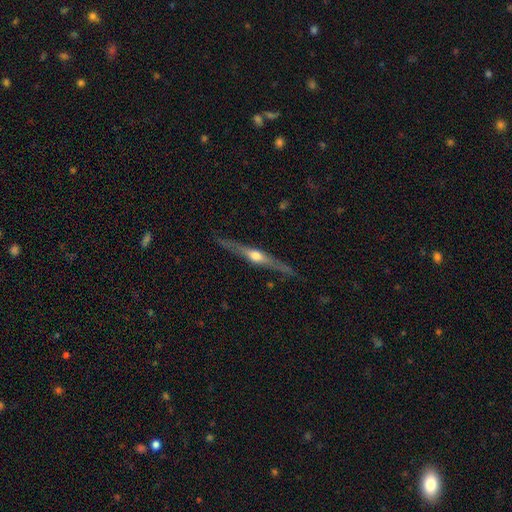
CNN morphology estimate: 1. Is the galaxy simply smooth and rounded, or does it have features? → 78% featured or disk, 17% smooth, 5% star or artifact.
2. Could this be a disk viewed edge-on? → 97% yes, 3% no.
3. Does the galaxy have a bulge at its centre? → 92% rounded, 4% none, 4% boxy.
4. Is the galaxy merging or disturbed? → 87% none, 10% minor disturbance, 2% major disturbance, 1% merger.